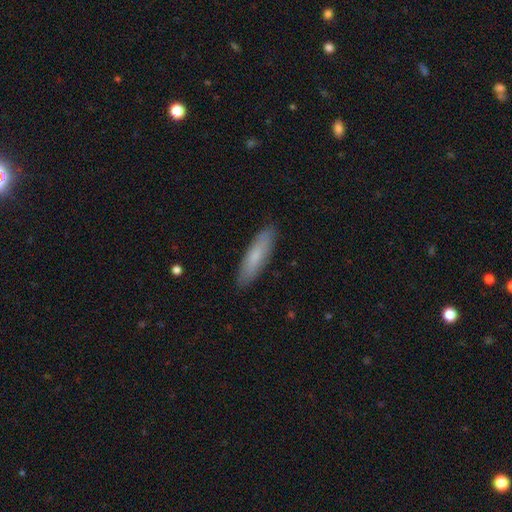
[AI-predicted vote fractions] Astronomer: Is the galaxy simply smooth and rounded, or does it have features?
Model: smooth — 73%.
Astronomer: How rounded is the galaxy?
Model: cigar-shaped — 74%.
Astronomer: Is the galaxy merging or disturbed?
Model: none — 89%.